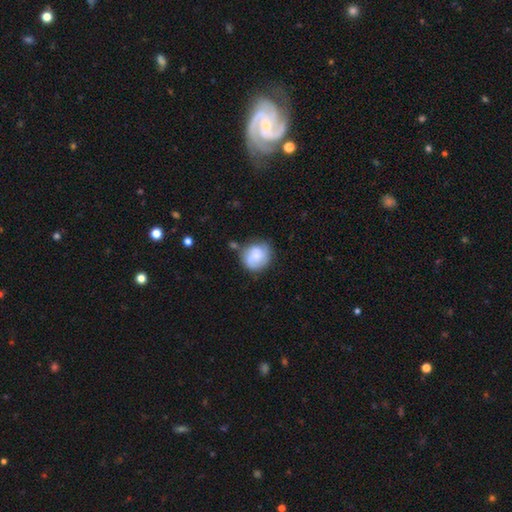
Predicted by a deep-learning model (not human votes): Smooth or featured?
  - smooth: 55% *
  - featured or disk: 37%
  - star or artifact: 7%
How rounded?
  - round: 78% *
  - in between: 21%
  - cigar-shaped: 1%
Merging?
  - none: 62% *
  - minor disturbance: 24%
  - major disturbance: 8%
  - merger: 7%